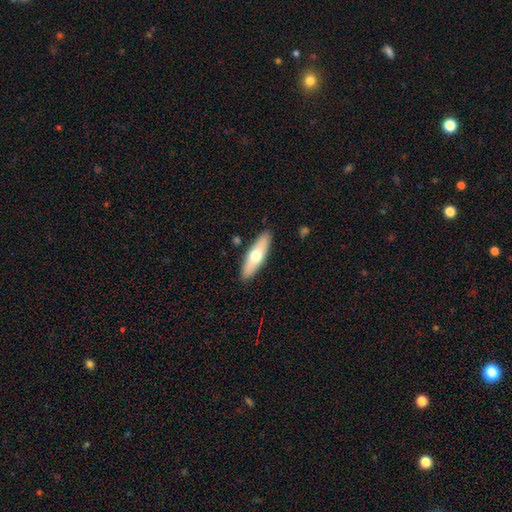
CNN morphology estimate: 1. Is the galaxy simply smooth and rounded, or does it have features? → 60% smooth, 34% featured or disk, 5% star or artifact.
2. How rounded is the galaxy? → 57% cigar-shaped, 41% in between, 2% round.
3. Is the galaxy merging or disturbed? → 88% none, 8% minor disturbance, 2% major disturbance, 2% merger.